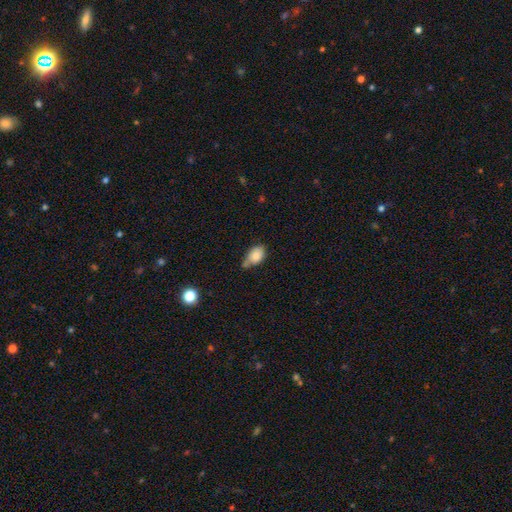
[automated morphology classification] Smooth or featured: smooth — 83% (featured or disk — 9%)
How rounded: in between — 87% (round — 11%)
Merging: none — 43% (minor disturbance — 35%)